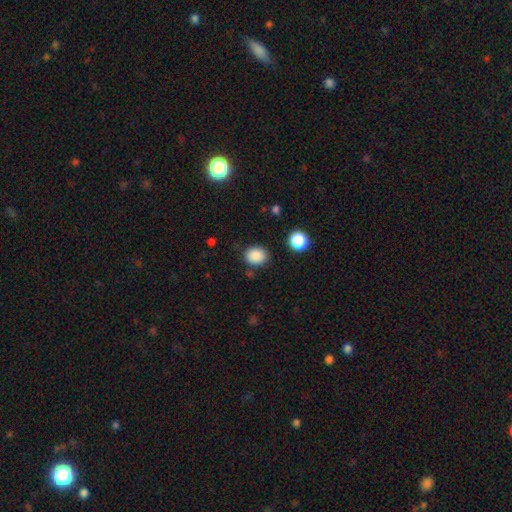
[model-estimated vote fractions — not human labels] A smooth galaxy with no disk features (87%) that is round (52%).

Vote fractions:
- Smooth or featured? smooth: 87% / star or artifact: 10% / featured or disk: 3%
- How rounded? round: 52% / in between: 47% / cigar-shaped: 1%
- Merging? none: 83% / minor disturbance: 11% / major disturbance: 3% / merger: 3%